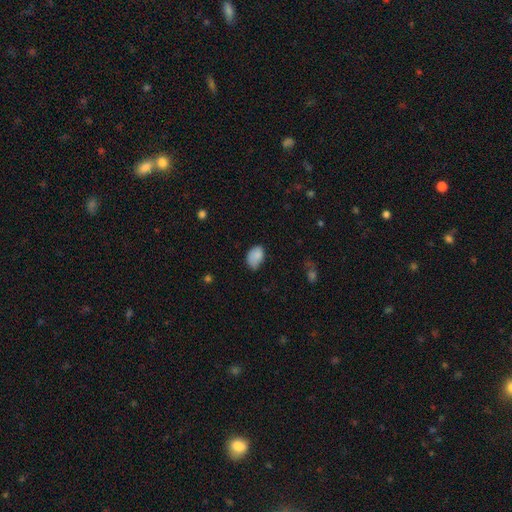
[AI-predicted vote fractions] A smooth galaxy with no disk features (85%) that is in between round and cigar-shaped (84%). Merging: none (52%).